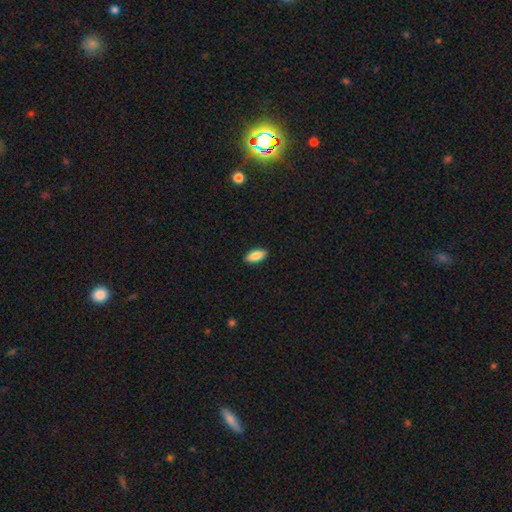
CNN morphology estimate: Smooth or featured: smooth — 87% (featured or disk — 7%)
How rounded: in between — 86% (cigar-shaped — 12%)
Merging: none — 90% (minor disturbance — 8%)